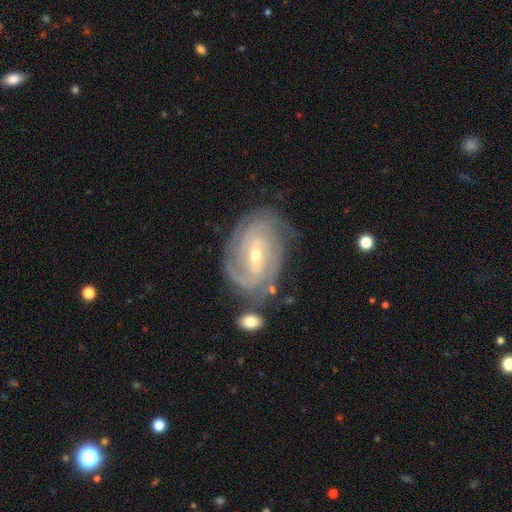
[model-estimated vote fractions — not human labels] Smooth or featured?
  - featured or disk: 90% *
  - smooth: 5%
  - star or artifact: 5%
Edge-on disk?
  - no: 97% *
  - yes: 3%
Bar?
  - weak: 49% *
  - strong: 26%
  - no: 25%
Spiral arms?
  - yes: 97% *
  - no: 3%
Spiral winding?
  - tight: 69% *
  - medium: 26%
  - loose: 5%
Spiral arm count?
  - 3: 26% *
  - 2: 22%
  - can't tell: 21%
  - 4: 19%
  - more than 4: 6%
  - 1: 5%
Bulge size?
  - small: 59% *
  - moderate: 38%
  - large: 1%
  - none: 1%
  - dominant: 1%
Merging?
  - none: 72% *
  - minor disturbance: 17%
  - major disturbance: 6%
  - merger: 4%